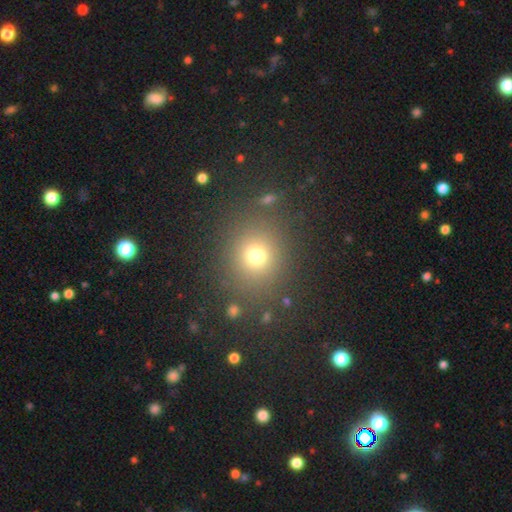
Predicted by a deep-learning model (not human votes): Smooth or featured: smooth — 72% (star or artifact — 20%)
How rounded: round — 84% (in between — 15%)
Merging: none — 83% (minor disturbance — 9%)